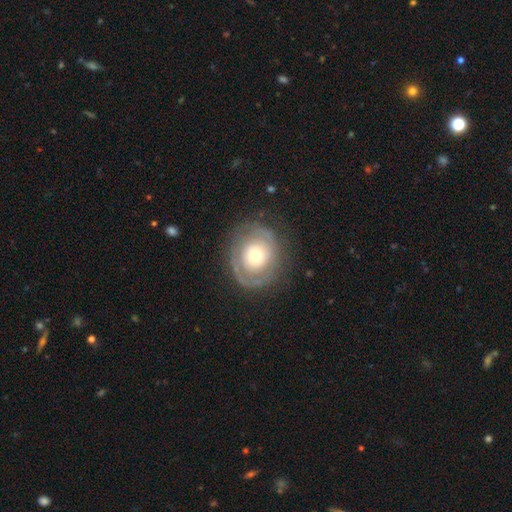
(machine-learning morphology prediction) smooth_or_featured: featured or disk (p=0.61) [alt: smooth p=0.32]
disk_edge_on: no (p=0.96) [alt: yes p=0.04]
bar: no (p=0.85) [alt: weak p=0.11]
has_spiral_arms: yes (p=0.56) [alt: no p=0.44]
bulge_size: moderate (p=0.53) [alt: small p=0.30]
merging: none (p=0.76) [alt: minor disturbance p=0.14]